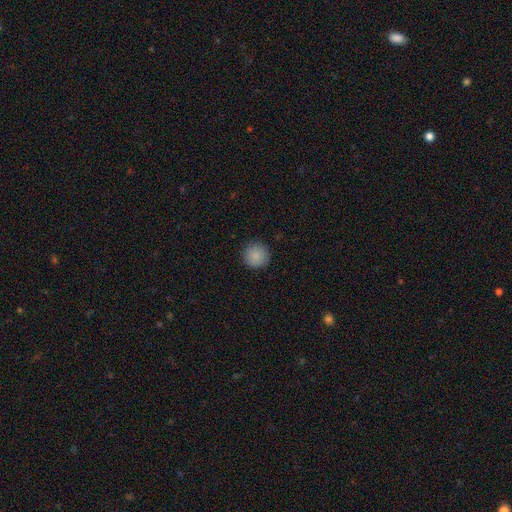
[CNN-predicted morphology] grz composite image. It shows a smooth galaxy with no disk features (88%) that is round (96%). Merging: none (91%).